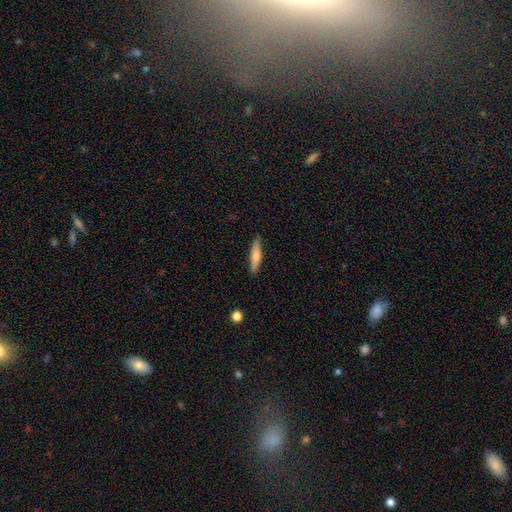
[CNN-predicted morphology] Smooth or featured? smooth (67%)
How rounded? cigar-shaped (84%)
Merging? none (86%)